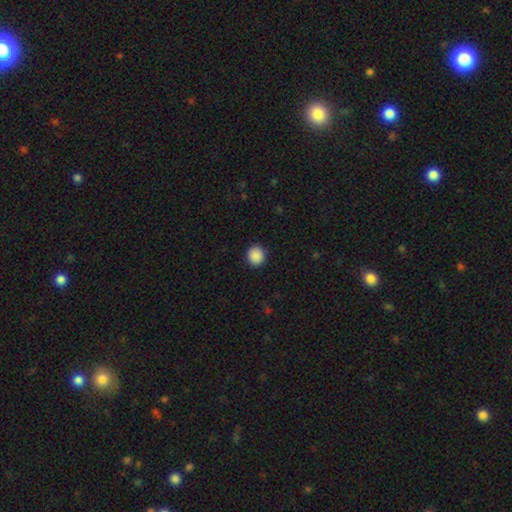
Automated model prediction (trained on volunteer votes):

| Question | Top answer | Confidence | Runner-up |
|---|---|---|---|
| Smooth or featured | smooth | 90% | star or artifact (8%) |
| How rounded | round | 89% | in between (11%) |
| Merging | none | 92% | minor disturbance (5%) |